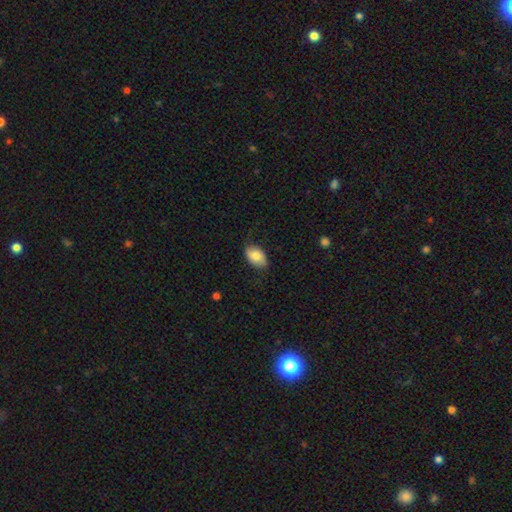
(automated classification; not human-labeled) Q: Smooth or featured?
A: smooth (78%); runner-up: featured or disk (15%)
Q: How rounded?
A: in between (90%); runner-up: round (9%)
Q: Merging?
A: none (73%); runner-up: minor disturbance (21%)